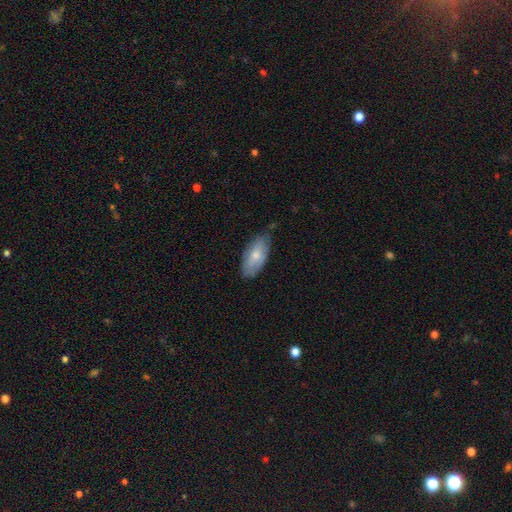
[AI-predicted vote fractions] Smooth or featured? smooth (70%)
How rounded? in between (91%)
Merging? none (67%)